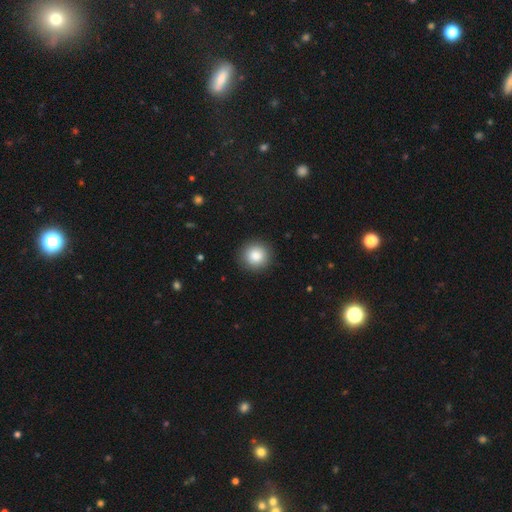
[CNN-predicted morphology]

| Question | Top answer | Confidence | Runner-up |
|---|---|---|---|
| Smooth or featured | smooth | 86% | star or artifact (9%) |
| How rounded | round | 93% | in between (6%) |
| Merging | none | 91% | minor disturbance (6%) |